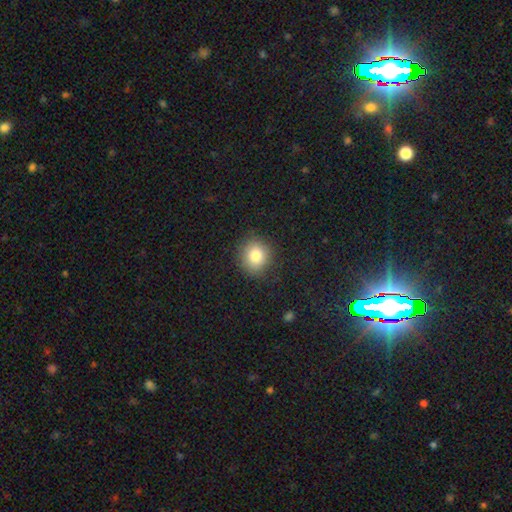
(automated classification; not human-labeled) A smooth galaxy with no disk features (81%) that is round (84%). Merging: none (87%).